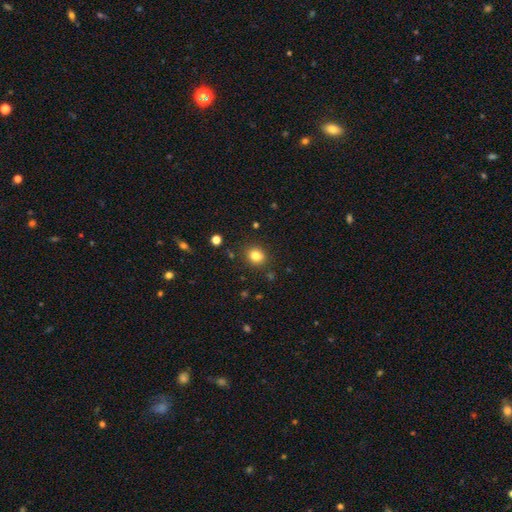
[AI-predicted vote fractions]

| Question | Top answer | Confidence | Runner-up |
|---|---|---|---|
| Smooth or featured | smooth | 82% | star or artifact (12%) |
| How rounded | round | 75% | in between (24%) |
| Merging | none | 88% | minor disturbance (8%) |